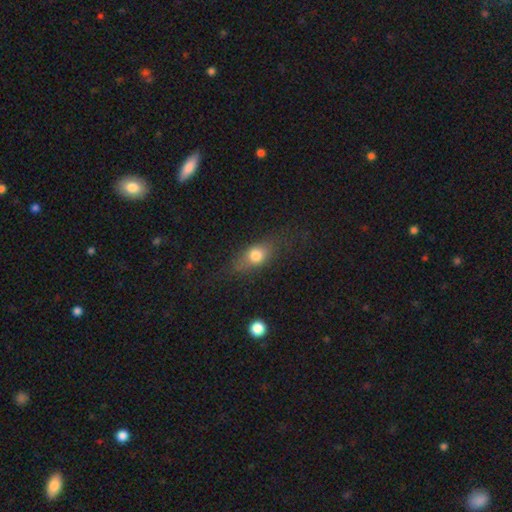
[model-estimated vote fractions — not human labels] Smooth or featured?
  - smooth: 73% *
  - featured or disk: 16%
  - star or artifact: 10%
How rounded?
  - in between: 64% *
  - round: 25%
  - cigar-shaped: 11%
Merging?
  - none: 68% *
  - minor disturbance: 20%
  - major disturbance: 10%
  - merger: 2%